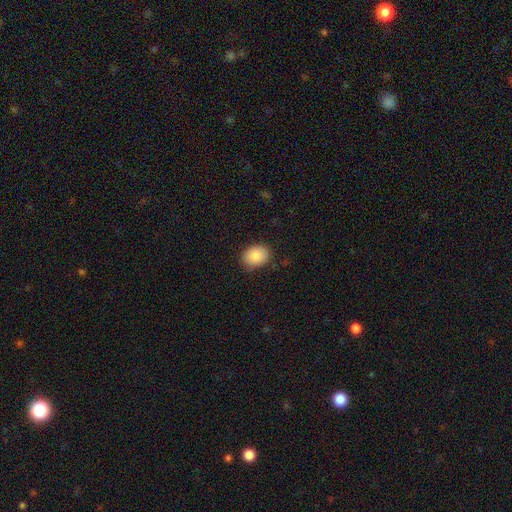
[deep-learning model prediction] Smooth or featured? smooth (87%)
How rounded? in between (60%)
Merging? none (82%)